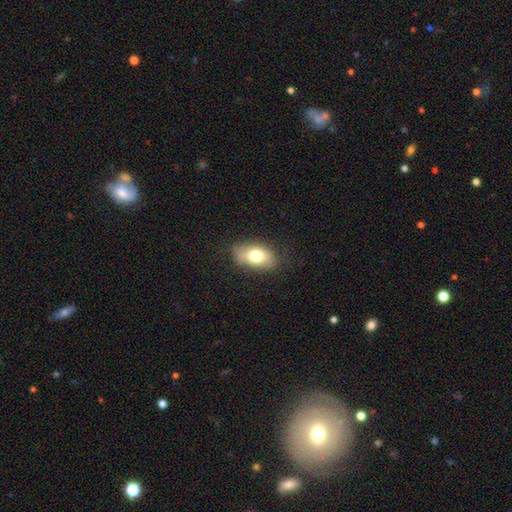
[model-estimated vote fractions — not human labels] Smooth or featured?
  - smooth: 71% *
  - featured or disk: 20%
  - star or artifact: 8%
How rounded?
  - in between: 87% *
  - round: 10%
  - cigar-shaped: 3%
Merging?
  - none: 75% *
  - minor disturbance: 18%
  - major disturbance: 5%
  - merger: 1%